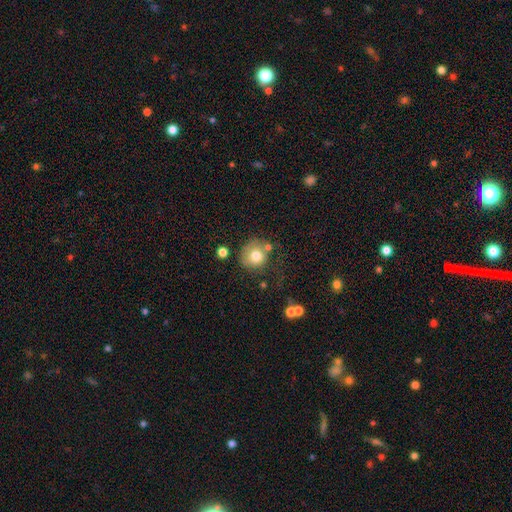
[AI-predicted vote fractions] Smooth or featured? smooth (76%)
How rounded? round (88%)
Merging? none (57%)